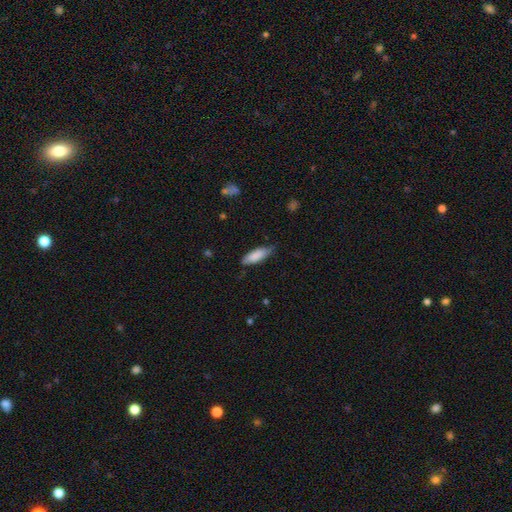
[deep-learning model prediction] A smooth galaxy with no disk features (82%) that is in between round and cigar-shaped (60%). Merging: none (66%).